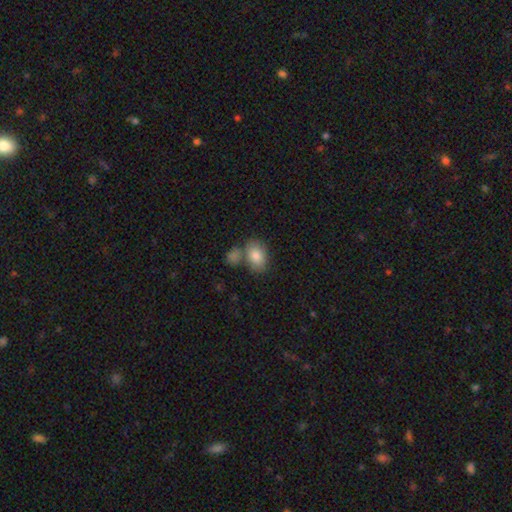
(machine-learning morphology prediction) type=smooth (83%); roundness=in between (78%); merging=none (55%).